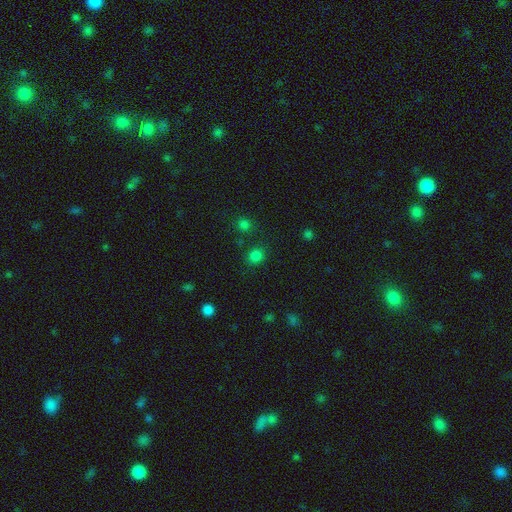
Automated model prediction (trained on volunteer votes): Smooth or featured? smooth (79%)
How rounded? round (77%)
Merging? none (81%)